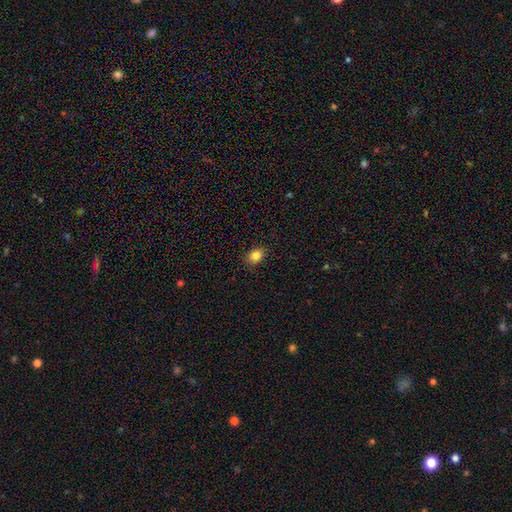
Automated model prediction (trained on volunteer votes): smooth 85%, star or artifact 10%, featured or disk 5%. Down the decision tree: how rounded — in between (64%); merging — none (88%).